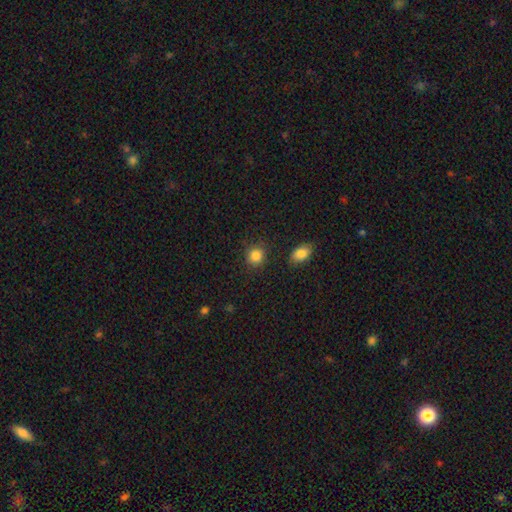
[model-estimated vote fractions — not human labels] Smooth or featured?
  - smooth: 86% *
  - star or artifact: 10%
  - featured or disk: 4%
How rounded?
  - round: 83% *
  - in between: 16%
  - cigar-shaped: 1%
Merging?
  - none: 85% *
  - minor disturbance: 9%
  - merger: 3%
  - major disturbance: 3%